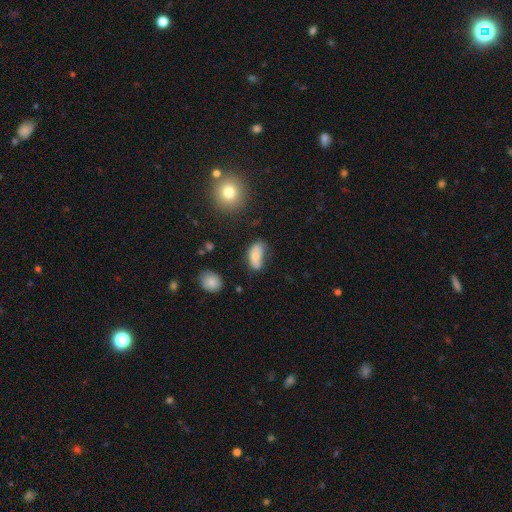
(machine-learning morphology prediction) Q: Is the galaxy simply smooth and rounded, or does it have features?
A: smooth — 69%.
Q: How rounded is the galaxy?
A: in between — 88%.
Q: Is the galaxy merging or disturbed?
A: none — 37%.